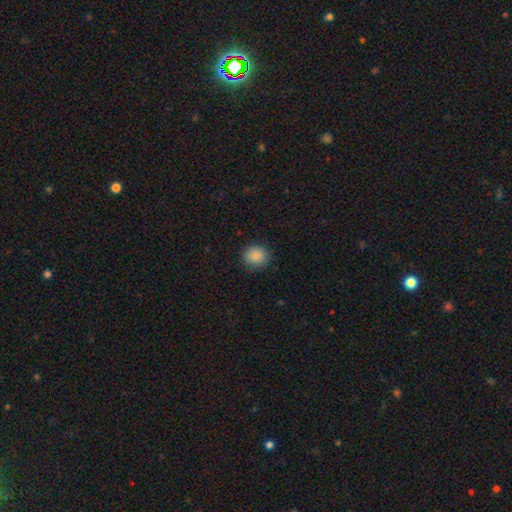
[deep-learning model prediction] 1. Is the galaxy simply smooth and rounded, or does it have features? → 87% smooth, 9% star or artifact, 4% featured or disk.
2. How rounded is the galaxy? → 87% round, 12% in between, 1% cigar-shaped.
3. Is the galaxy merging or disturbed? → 87% none, 9% minor disturbance, 3% major disturbance, 1% merger.